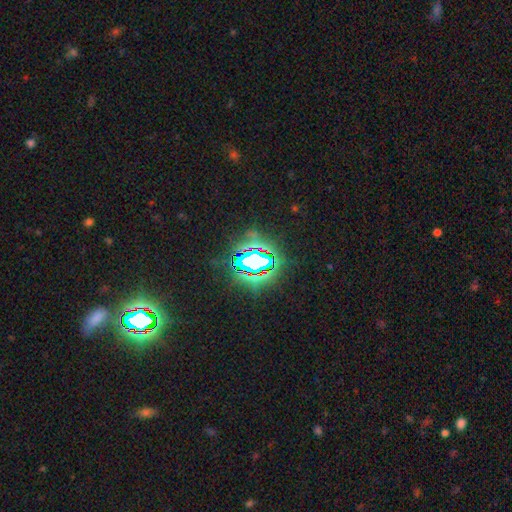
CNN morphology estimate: star or artifact 83%, smooth 11%, featured or disk 7%.